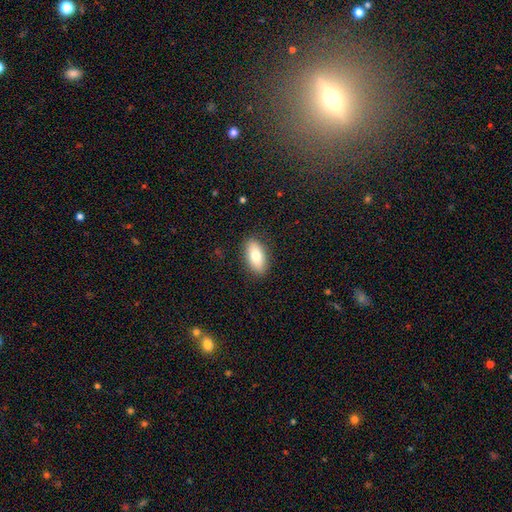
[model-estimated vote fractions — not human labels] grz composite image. It shows a smooth galaxy with no disk features (76%) that is in between round and cigar-shaped (90%). Merging: none (88%).